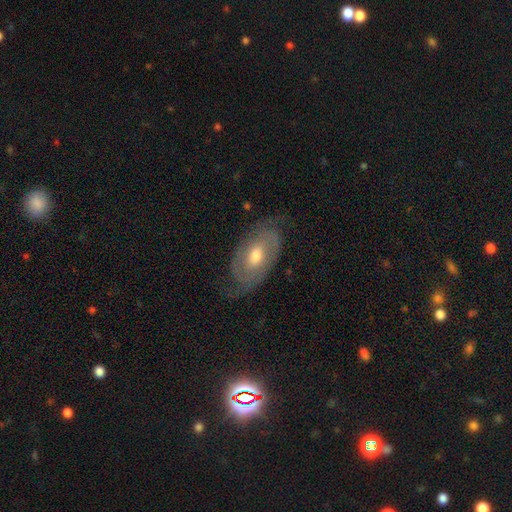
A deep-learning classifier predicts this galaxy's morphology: featured or disk 75%, smooth 19%, star or artifact 6%. Down the decision tree: edge-on disk — no (94%); bar — no (57%); spiral arms — yes (87%); spiral arm count — 2 (73%); spiral winding — tight (48%); bulge size — moderate (71%); merging — none (72%).